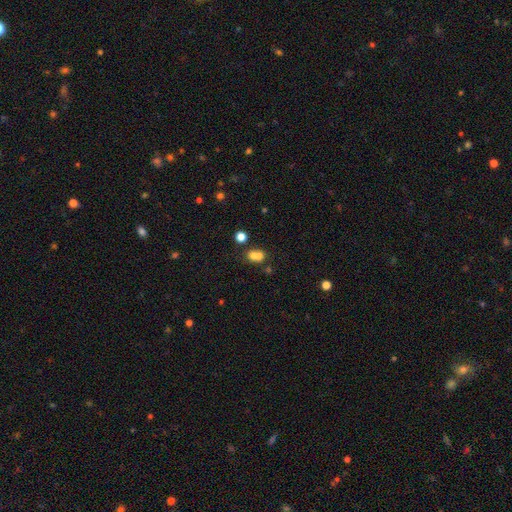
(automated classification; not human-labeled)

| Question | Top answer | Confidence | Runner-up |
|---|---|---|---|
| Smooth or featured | smooth | 71% | star or artifact (15%) |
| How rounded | round | 57% | in between (41%) |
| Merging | merger | 56% | none (31%) |